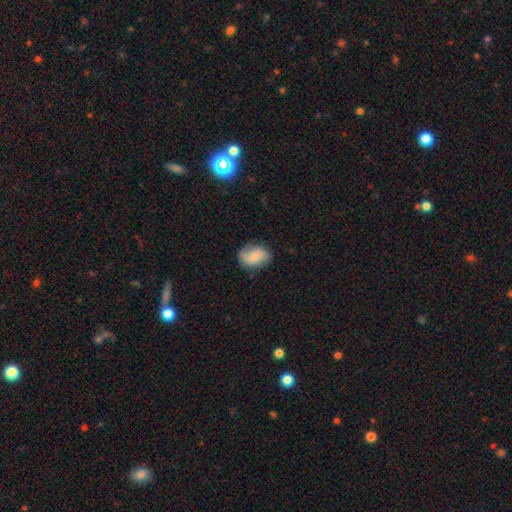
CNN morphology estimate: smooth-or-featured: smooth: 47% | featured or disk: 45% | star or artifact: 7%
  merging: none: 74% | minor disturbance: 19% | major disturbance: 6% | merger: 1%